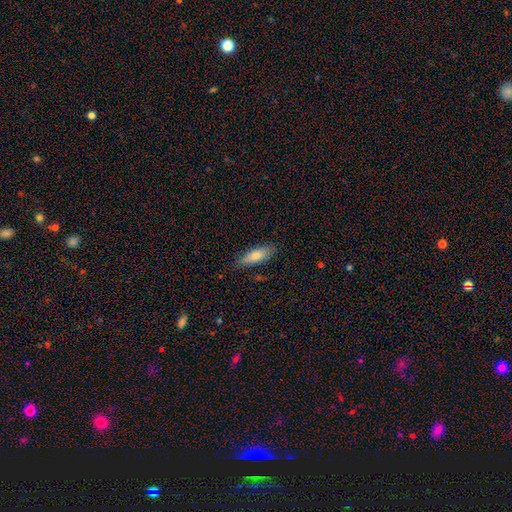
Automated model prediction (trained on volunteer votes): Q: Smooth or featured?
A: smooth (74%); runner-up: featured or disk (20%)
Q: How rounded?
A: in between (53%); runner-up: cigar-shaped (45%)
Q: Merging?
A: none (80%); runner-up: minor disturbance (16%)